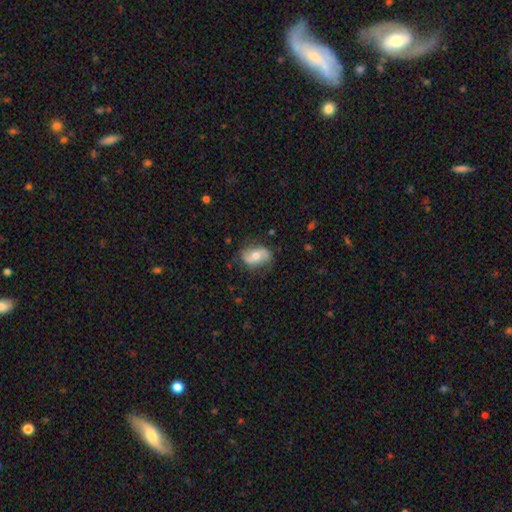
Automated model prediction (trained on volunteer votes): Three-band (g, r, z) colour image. It shows a featured or disk galaxy (47%). Merging: none (74%).